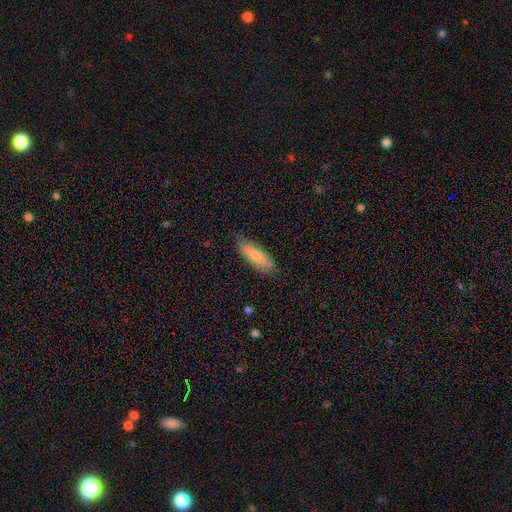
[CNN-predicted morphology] Smooth or featured? smooth (68%)
How rounded? in between (55%)
Merging? none (80%)